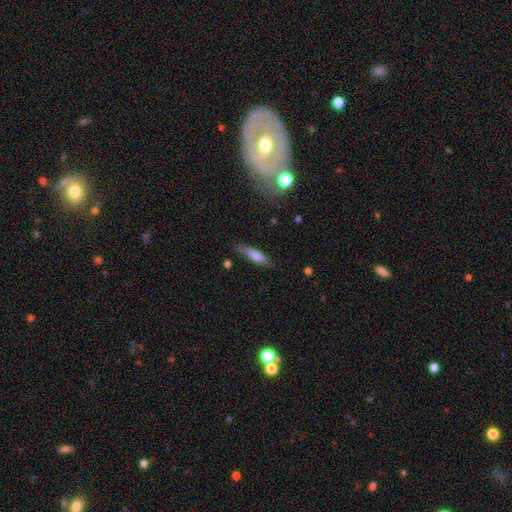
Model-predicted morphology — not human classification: Smooth or featured: smooth — 78% (featured or disk — 15%)
How rounded: cigar-shaped — 61% (in between — 37%)
Merging: none — 67% (minor disturbance — 24%)